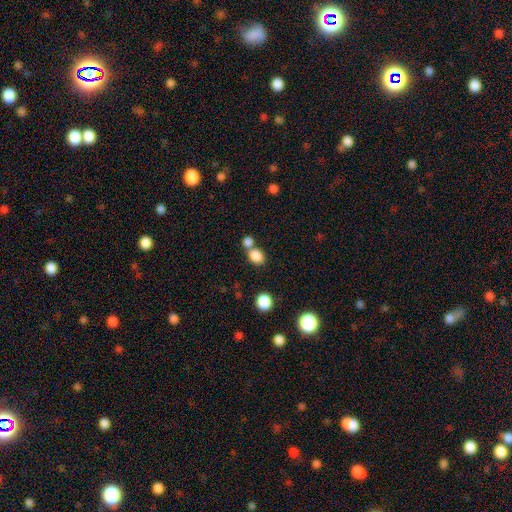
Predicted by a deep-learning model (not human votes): smooth_or_featured: smooth (p=0.84) [alt: star or artifact p=0.10]
how_rounded: round (p=0.53) [alt: in between p=0.46]
merging: none (p=0.48) [alt: merger p=0.41]